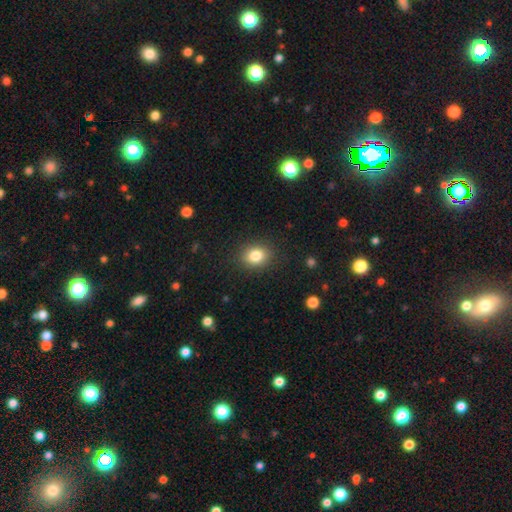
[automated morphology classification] Overall: smooth (83%). How rounded: round (61%; in between 38%). Merging: none (88%).